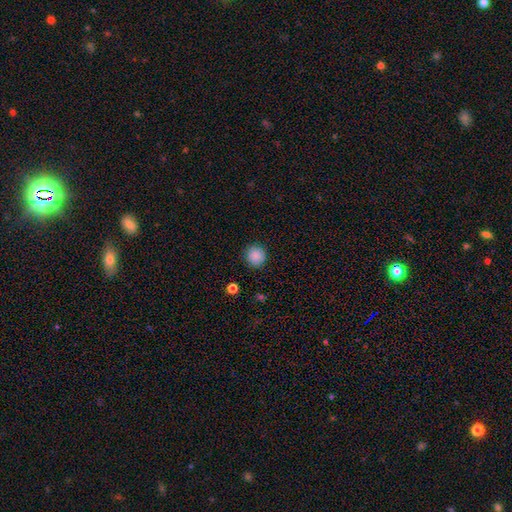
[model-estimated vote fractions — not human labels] Morphology: type=smooth (87%); roundness=round (93%); merging=none (90%).